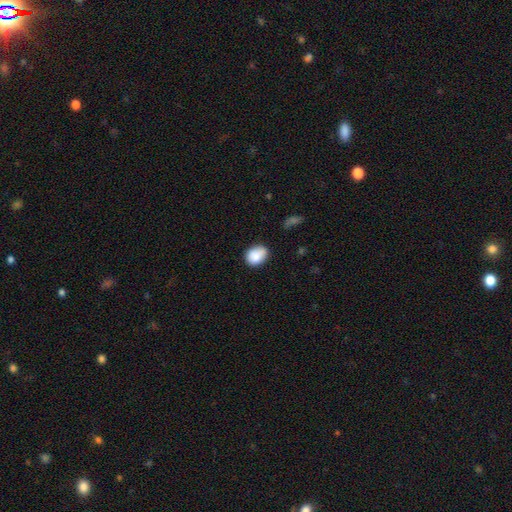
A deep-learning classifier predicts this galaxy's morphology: smooth_or_featured: smooth (p=0.86) [alt: star or artifact p=0.08]
how_rounded: in between (p=0.61) [alt: round p=0.38]
merging: none (p=0.68) [alt: minor disturbance p=0.24]